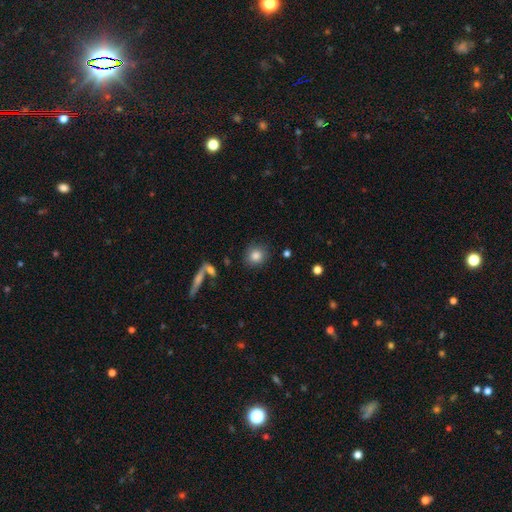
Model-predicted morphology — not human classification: smooth_or_featured: smooth (p=0.83) [alt: star or artifact p=0.09]
how_rounded: round (p=0.86) [alt: in between p=0.12]
merging: none (p=0.85) [alt: minor disturbance p=0.08]